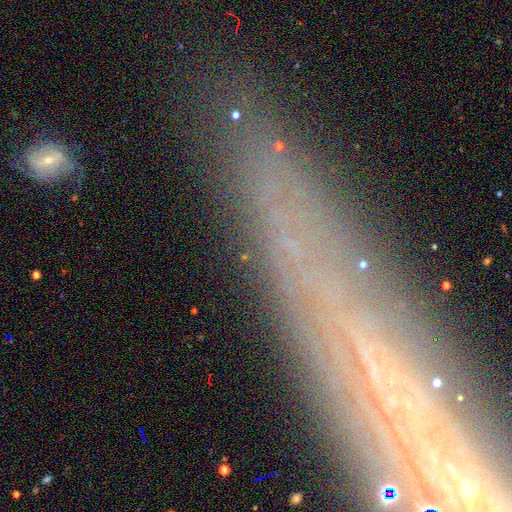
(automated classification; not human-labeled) smooth_or_featured: featured or disk (p=0.43) [alt: star or artifact p=0.32]
merging: none (p=0.83) [alt: minor disturbance p=0.11]